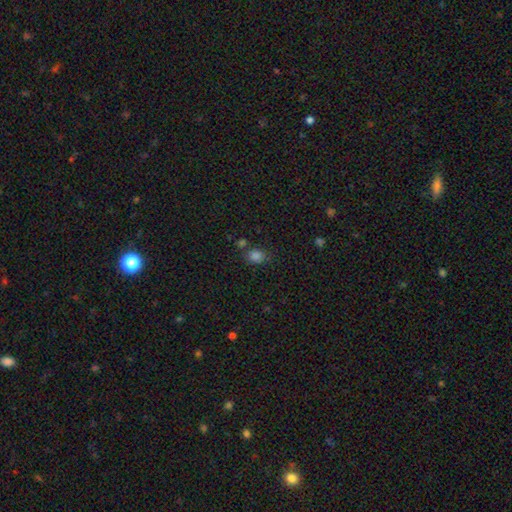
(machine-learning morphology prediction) Smooth or featured?
  - smooth: 79% *
  - star or artifact: 16%
  - featured or disk: 5%
How rounded?
  - in between: 52% *
  - round: 46%
  - cigar-shaped: 1%
Merging?
  - none: 69% *
  - minor disturbance: 15%
  - merger: 12%
  - major disturbance: 5%